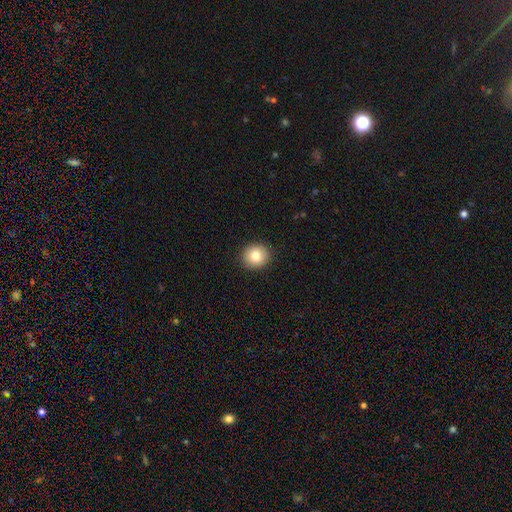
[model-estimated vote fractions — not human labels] Morphology: type=smooth (81%); roundness=round (85%); merging=none (92%).